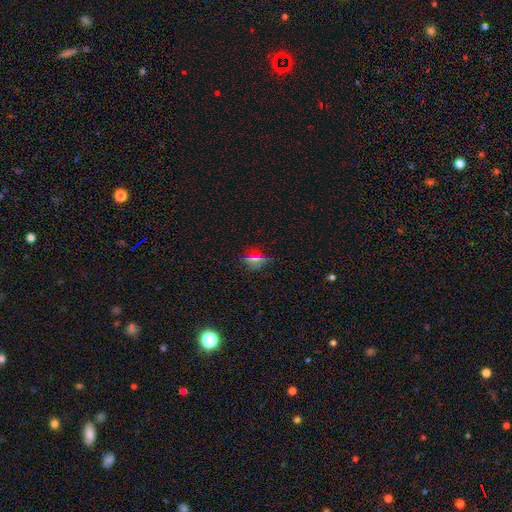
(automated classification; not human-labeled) This appears to be a smooth galaxy with no disk features (42%). Merging: none (72%).